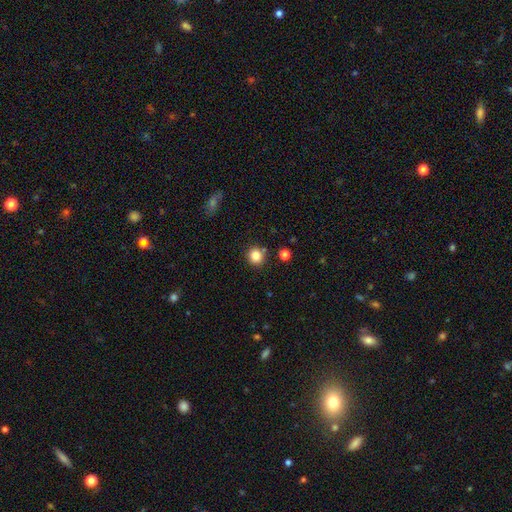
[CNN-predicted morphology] A smooth galaxy with no disk features (83%) that is round (91%).

Vote fractions:
- Smooth or featured? smooth: 83% / star or artifact: 12% / featured or disk: 5%
- How rounded? round: 91% / in between: 8% / cigar-shaped: 1%
- Merging? none: 84% / minor disturbance: 8% / merger: 6% / major disturbance: 2%